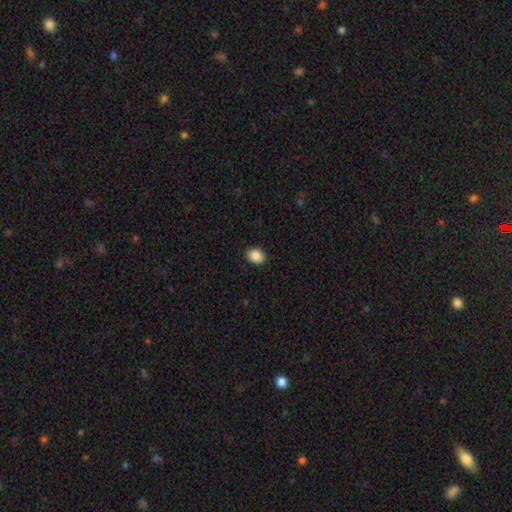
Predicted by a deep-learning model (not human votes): A smooth galaxy with no disk features (88%) that is in between round and cigar-shaped (55%).

Vote fractions:
- Smooth or featured? smooth: 88% / star or artifact: 8% / featured or disk: 4%
- How rounded? in between: 55% / round: 44% / cigar-shaped: 1%
- Merging? none: 91% / minor disturbance: 7% / major disturbance: 2% / merger: 1%